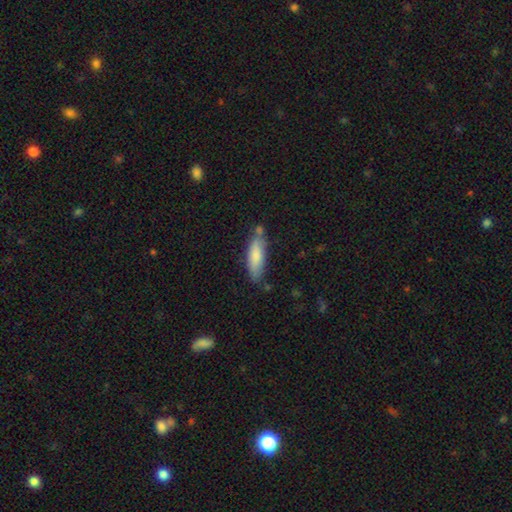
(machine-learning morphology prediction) smooth-or-featured: smooth: 79% | featured or disk: 15% | star or artifact: 6%
  how-rounded: in between: 50% | cigar-shaped: 49% | round: 2%
  merging: none: 67% | minor disturbance: 20% | merger: 8% | major disturbance: 4%